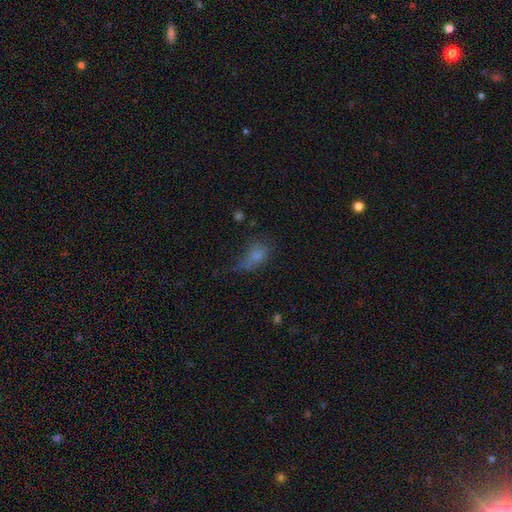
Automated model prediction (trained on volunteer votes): Smooth or featured: smooth — 67% (star or artifact — 17%)
How rounded: in between — 74% (round — 19%)
Merging: major disturbance — 36% (none — 30%)